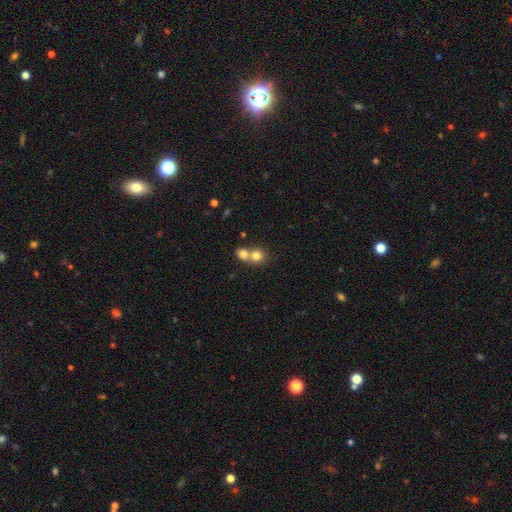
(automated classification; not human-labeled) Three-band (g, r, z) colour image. It shows a smooth galaxy with no disk features (77%) that is round (81%). Merging: merger (62%).